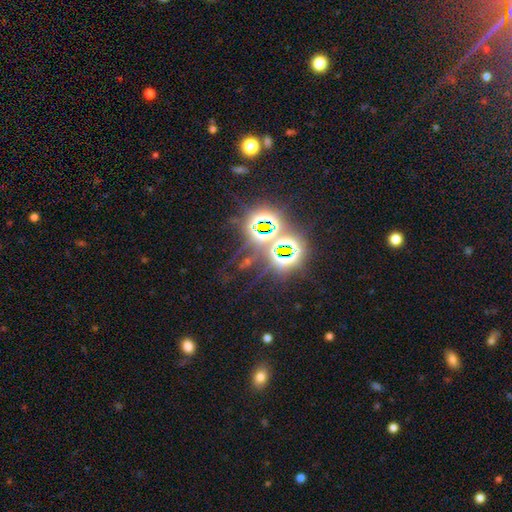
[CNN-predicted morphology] Overall: star or artifact (81%).